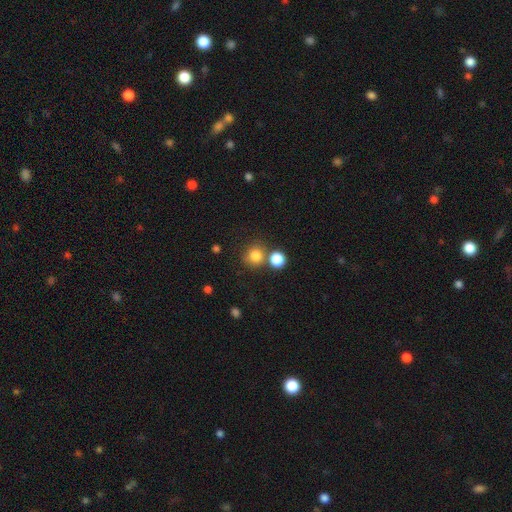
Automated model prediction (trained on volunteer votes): This is clearly a smooth galaxy (81%). How rounded: clearly round (87%). Merging: likely none (66%).